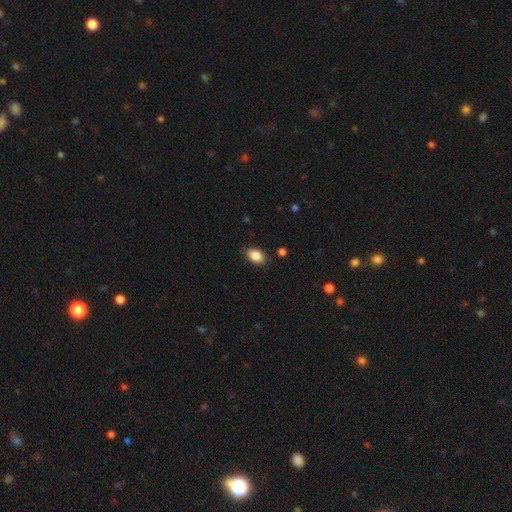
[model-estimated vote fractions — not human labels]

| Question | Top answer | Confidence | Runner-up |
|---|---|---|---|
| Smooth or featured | smooth | 87% | star or artifact (8%) |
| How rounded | in between | 86% | round (13%) |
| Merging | none | 84% | minor disturbance (12%) |